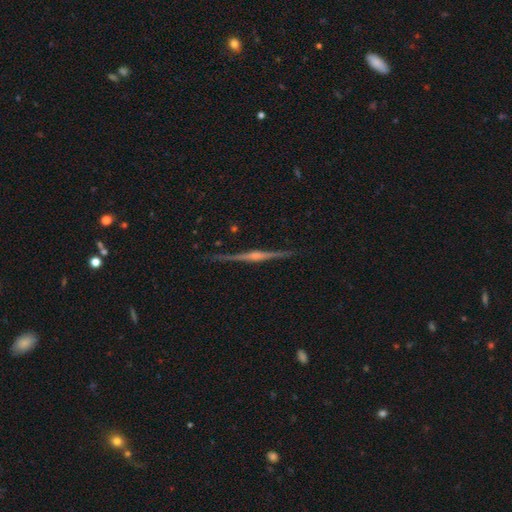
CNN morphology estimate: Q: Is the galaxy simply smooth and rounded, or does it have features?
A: featured or disk — 86%.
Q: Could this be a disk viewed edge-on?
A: yes — 99%.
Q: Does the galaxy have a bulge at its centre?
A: rounded — 79%.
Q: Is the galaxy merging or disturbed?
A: none — 91%.